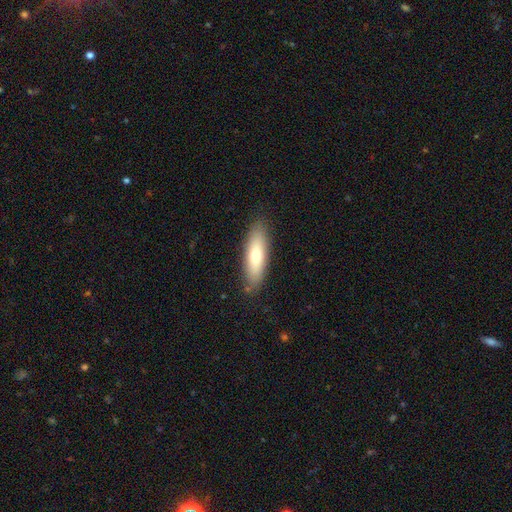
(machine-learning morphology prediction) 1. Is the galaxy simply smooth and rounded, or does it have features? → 69% smooth, 25% featured or disk, 6% star or artifact.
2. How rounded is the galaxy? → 56% cigar-shaped, 43% in between, 2% round.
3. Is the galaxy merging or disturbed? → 87% none, 10% minor disturbance, 2% major disturbance, 1% merger.